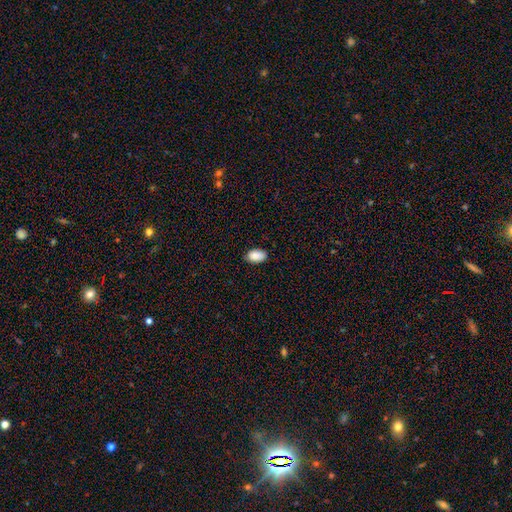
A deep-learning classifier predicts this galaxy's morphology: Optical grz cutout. It shows a smooth galaxy with no disk features (88%) that is in between round and cigar-shaped (94%). Merging: none (84%).